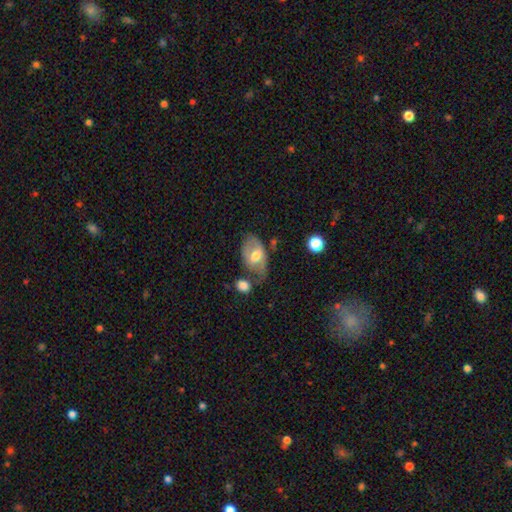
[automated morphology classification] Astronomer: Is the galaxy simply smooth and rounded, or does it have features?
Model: smooth — 50% (runner-up: featured or disk, 43%).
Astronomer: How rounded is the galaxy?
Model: in between — 89%.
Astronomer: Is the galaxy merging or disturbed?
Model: none — 50% (runner-up: minor disturbance, 27%).